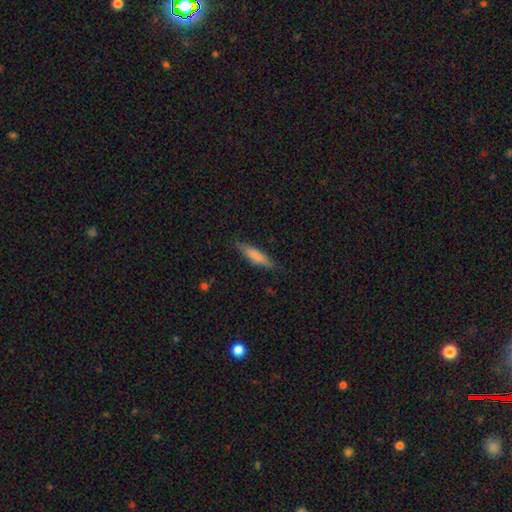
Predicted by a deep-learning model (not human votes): This is likely a smooth galaxy (75%). How rounded: likely cigar-shaped (77%). Merging: clearly none (83%).